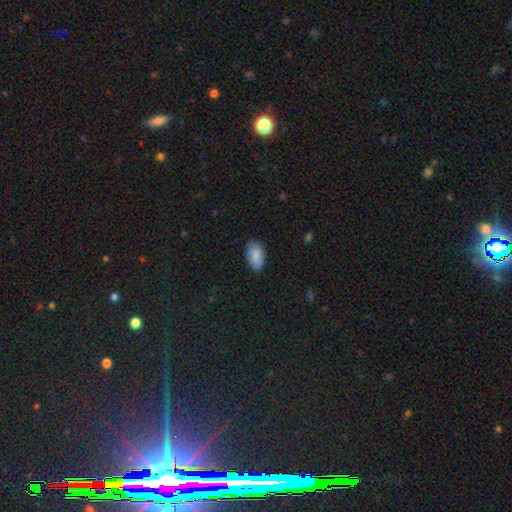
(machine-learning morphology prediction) smooth-or-featured: smooth: 83% | featured or disk: 10% | star or artifact: 6%
  how-rounded: in between: 94% | round: 4% | cigar-shaped: 2%
  merging: none: 81% | minor disturbance: 15% | major disturbance: 3% | merger: 1%